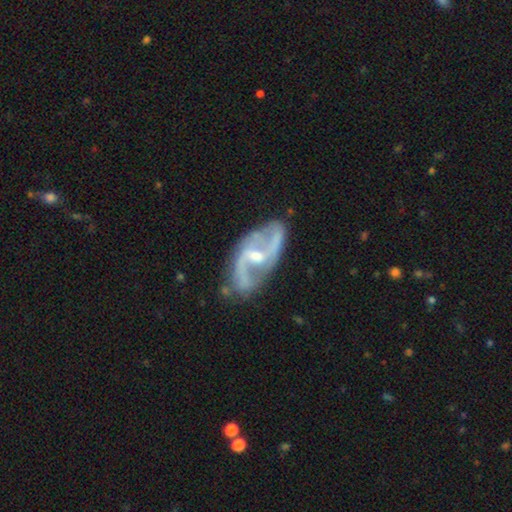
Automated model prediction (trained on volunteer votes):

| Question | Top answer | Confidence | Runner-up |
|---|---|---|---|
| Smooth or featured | featured or disk | 88% | smooth (7%) |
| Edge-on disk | no | 96% | yes (4%) |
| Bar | weak | 48% | strong (27%) |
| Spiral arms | yes | 94% | no (6%) |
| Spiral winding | loose | 44% | medium (43%) |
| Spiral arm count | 2 | 88% | can't tell (5%) |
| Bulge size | moderate | 51% | small (44%) |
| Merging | none | 68% | minor disturbance (20%) |